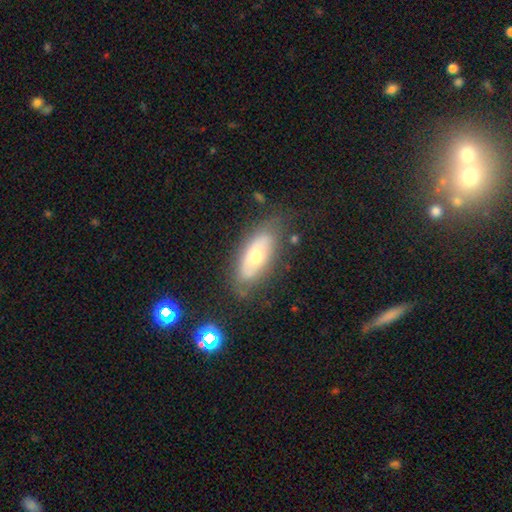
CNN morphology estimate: Overall: featured or disk (48%; smooth 44%). Merging: none (71%).